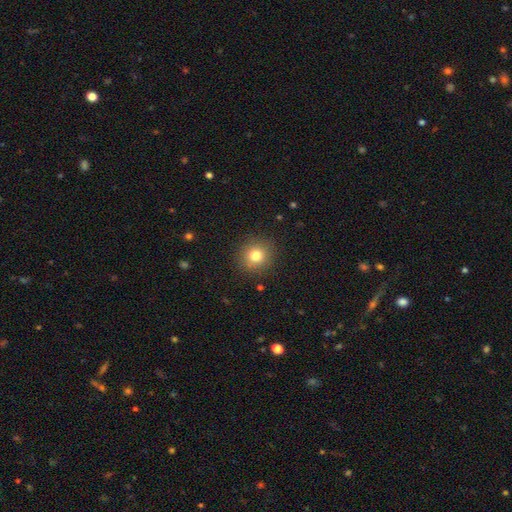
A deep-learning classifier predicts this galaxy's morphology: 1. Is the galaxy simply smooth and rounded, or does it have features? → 79% smooth, 12% star or artifact, 8% featured or disk.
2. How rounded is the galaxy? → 90% round, 9% in between, 1% cigar-shaped.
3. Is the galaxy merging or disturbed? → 89% none, 7% minor disturbance, 3% major disturbance, 1% merger.